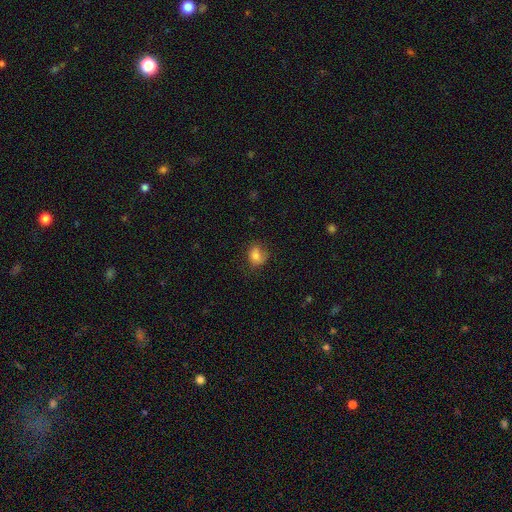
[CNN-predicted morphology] Q: Smooth or featured?
A: smooth (78%); runner-up: featured or disk (12%)
Q: How rounded?
A: round (55%); runner-up: in between (44%)
Q: Merging?
A: none (59%); runner-up: minor disturbance (27%)